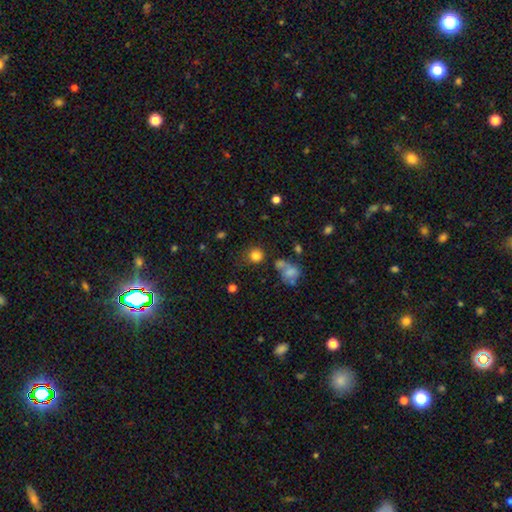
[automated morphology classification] type=smooth (80%); roundness=round (87%); merging=none (70%).